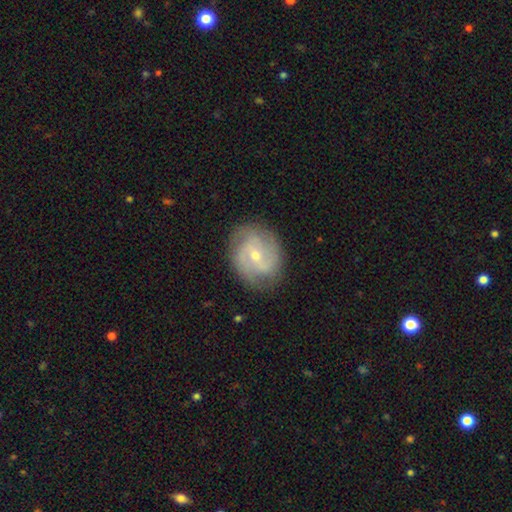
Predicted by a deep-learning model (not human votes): A featured or disk galaxy (80%) with no bar (44%, tied with weak), 2 (46%) medium (45%) spiral arms (94%) and a small central bulge (57%).

Vote fractions:
- Smooth or featured? featured or disk: 80% / smooth: 14% / star or artifact: 6%
- Edge-on disk? no: 97% / yes: 3%
- Bar? no: 44% (tied) / weak: 44% (tied) / strong: 12%
- Spiral arms? yes: 94% / no: 6%
- Spiral winding? medium: 45% / tight: 41% / loose: 14%
- Spiral arm count? 2: 46% / 3: 25% / can't tell: 17% / 4: 6% / 1: 4% / more than 4: 3%
- Bulge size? small: 57% / moderate: 41% / large: 1% / none: 1% / dominant: 1%
- Merging? none: 80% / minor disturbance: 15% / major disturbance: 5% / merger: 1%